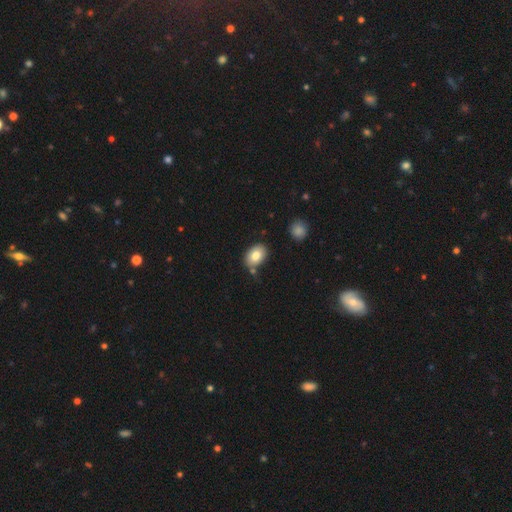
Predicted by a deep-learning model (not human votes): Smooth or featured?
  - smooth: 81% *
  - featured or disk: 11%
  - star or artifact: 8%
How rounded?
  - in between: 79% *
  - round: 20%
  - cigar-shaped: 1%
Merging?
  - none: 74% *
  - minor disturbance: 14%
  - merger: 8%
  - major disturbance: 3%